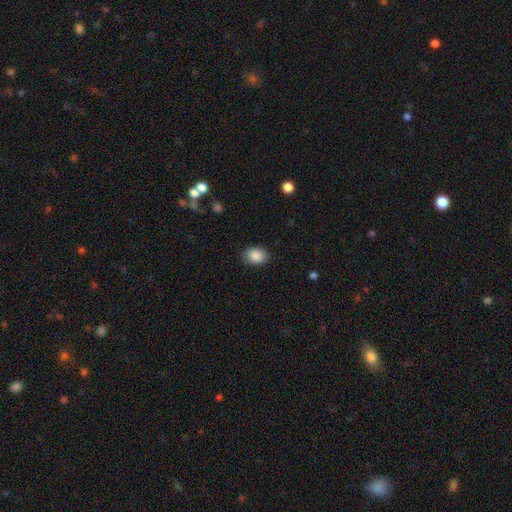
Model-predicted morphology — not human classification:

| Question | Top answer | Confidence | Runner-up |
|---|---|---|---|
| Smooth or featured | smooth | 88% | star or artifact (8%) |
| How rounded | in between | 68% | round (31%) |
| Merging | none | 85% | minor disturbance (11%) |